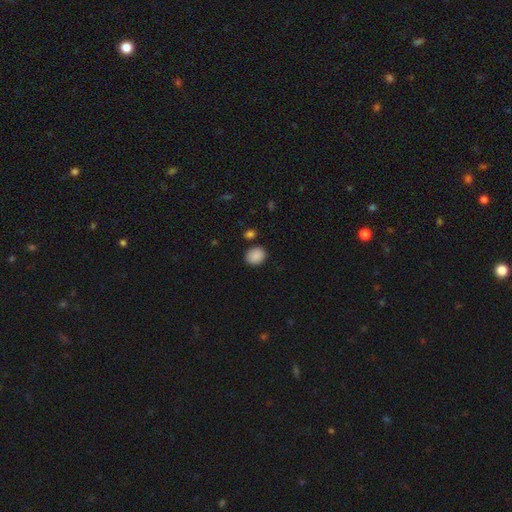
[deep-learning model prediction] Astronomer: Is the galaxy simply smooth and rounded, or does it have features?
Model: smooth — 88%.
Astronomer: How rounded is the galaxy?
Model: round — 59% (runner-up: in between, 40%).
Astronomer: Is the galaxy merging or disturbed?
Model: none — 84%.